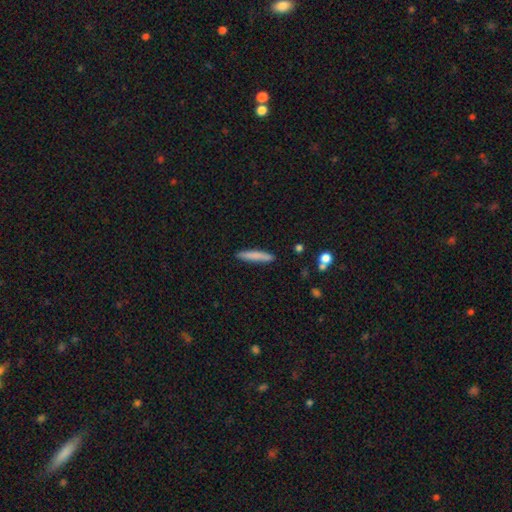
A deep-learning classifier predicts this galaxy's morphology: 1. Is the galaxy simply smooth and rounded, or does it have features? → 79% smooth, 15% featured or disk, 6% star or artifact.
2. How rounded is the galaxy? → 92% cigar-shaped, 7% in between, 1% round.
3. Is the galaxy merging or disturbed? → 88% none, 8% minor disturbance, 2% merger, 2% major disturbance.